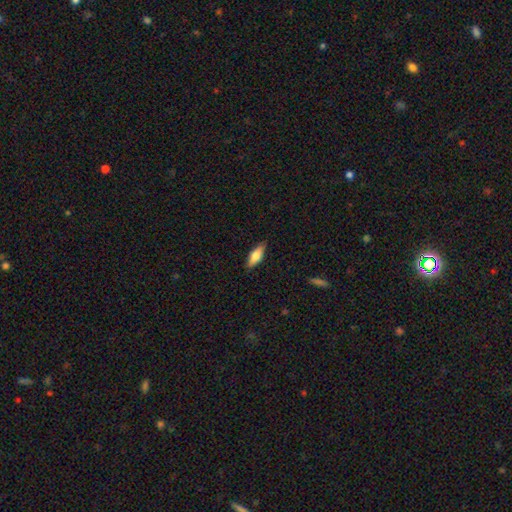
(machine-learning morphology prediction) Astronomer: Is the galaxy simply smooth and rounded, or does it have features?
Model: smooth — 71%.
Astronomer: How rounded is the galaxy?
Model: in between — 68%.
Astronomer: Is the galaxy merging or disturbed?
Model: none — 85%.